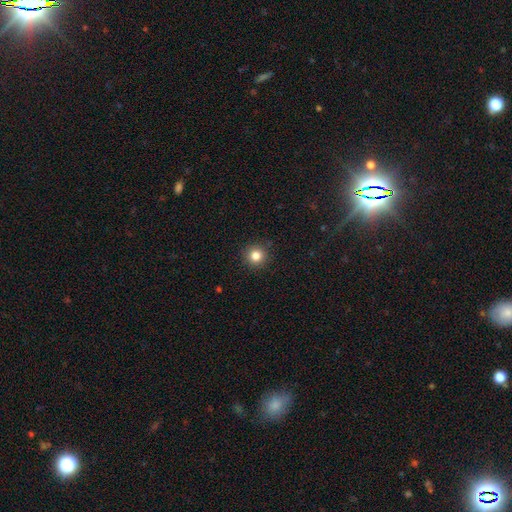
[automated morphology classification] Smooth or featured? Predicted: smooth (p=0.83). How rounded? Predicted: round (p=0.94). Merging? Predicted: none (p=0.91).